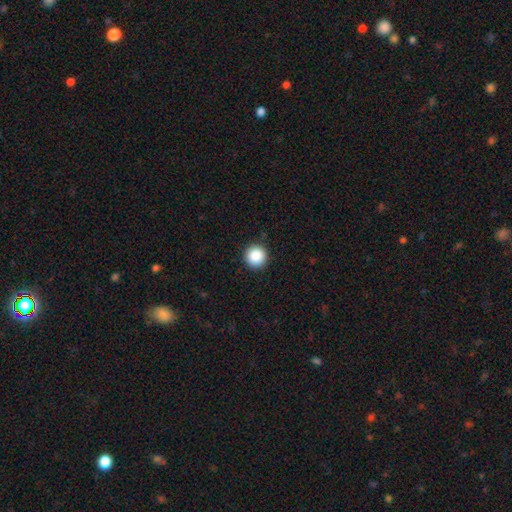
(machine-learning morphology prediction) type=smooth (87%); roundness=round (96%); merging=none (92%).